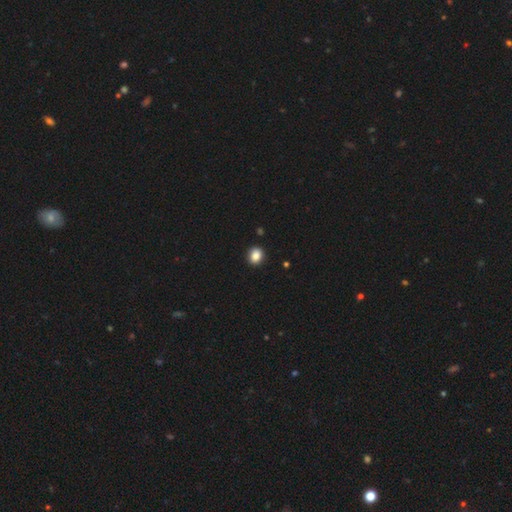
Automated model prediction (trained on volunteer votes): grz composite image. It shows a smooth galaxy with no disk features (87%) that is round (63%). Merging: none (92%).